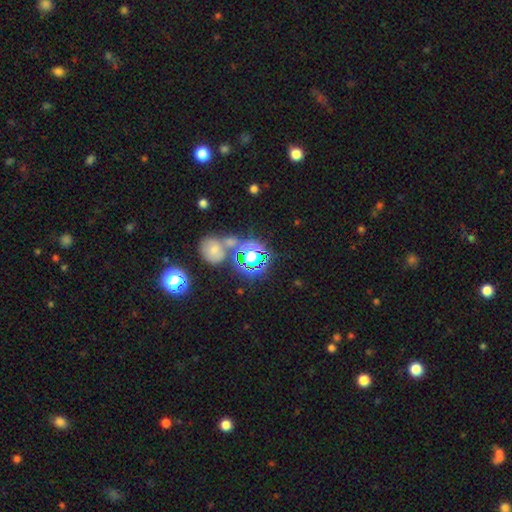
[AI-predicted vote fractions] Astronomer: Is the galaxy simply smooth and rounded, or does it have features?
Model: star or artifact — 68%.